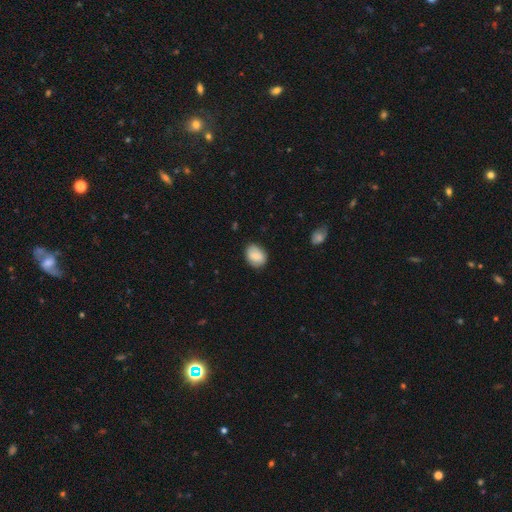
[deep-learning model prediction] A smooth galaxy with no disk features (81%) that is in between round and cigar-shaped (67%). Merging: none (80%).